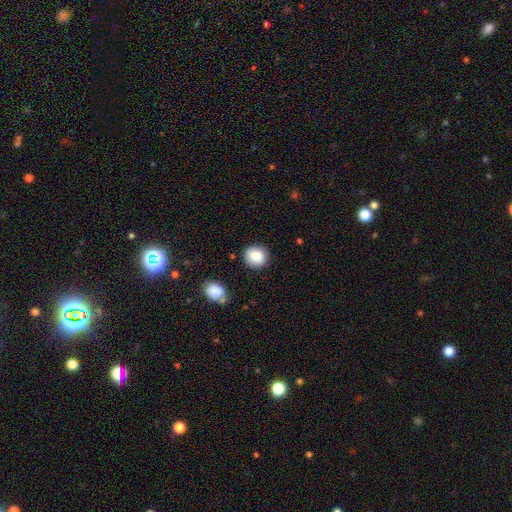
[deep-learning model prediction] A smooth galaxy with no disk features (87%) that is round (86%).

Vote fractions:
- Smooth or featured? smooth: 87% / star or artifact: 8% / featured or disk: 5%
- How rounded? round: 86% / in between: 13% / cigar-shaped: 1%
- Merging? none: 85% / minor disturbance: 10% / merger: 3% / major disturbance: 3%